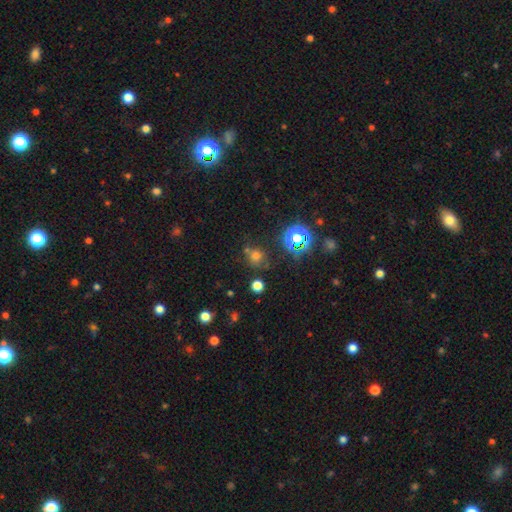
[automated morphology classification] This is likely a smooth galaxy (62%). How rounded: clearly round (84%). Merging: likely none (68%).